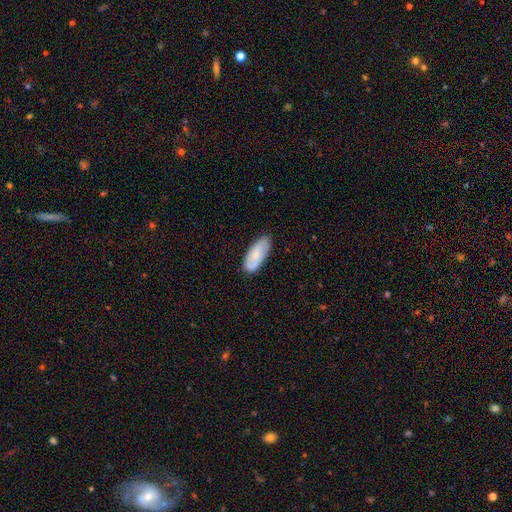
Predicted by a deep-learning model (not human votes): Smooth or featured? smooth (62%)
How rounded? in between (86%)
Merging? none (79%)